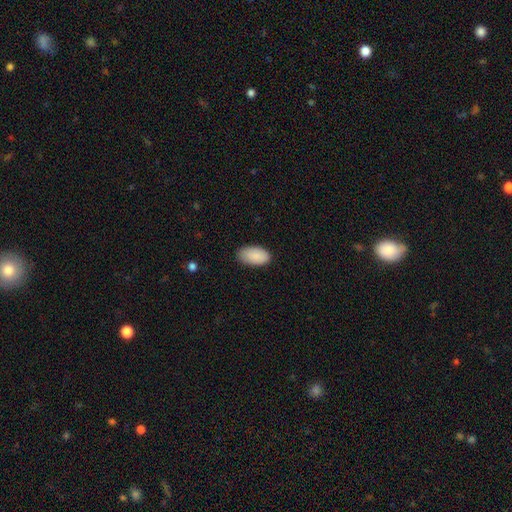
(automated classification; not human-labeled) Smooth or featured? Predicted: smooth (p=0.89). How rounded? Predicted: in between (p=0.95). Merging? Predicted: none (p=0.82).